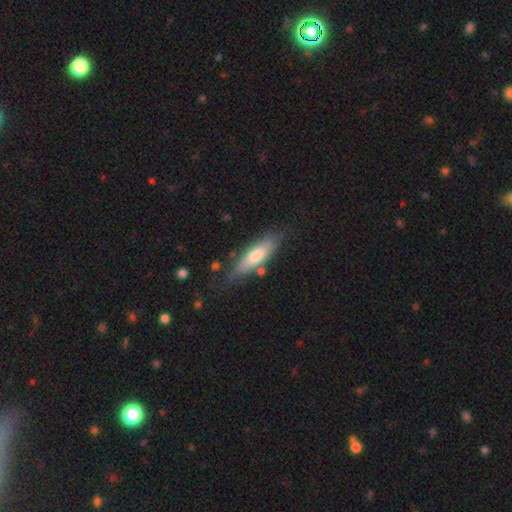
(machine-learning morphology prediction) Smooth or featured: smooth — 62% (featured or disk — 32%)
How rounded: cigar-shaped — 56% (in between — 42%)
Merging: none — 73% (minor disturbance — 18%)